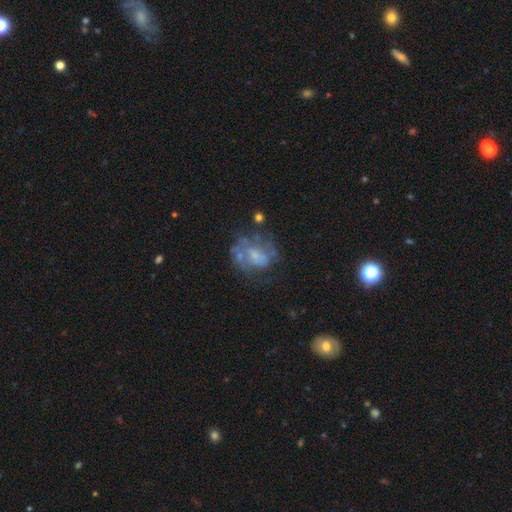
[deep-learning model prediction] This appears to be a featured or disk galaxy (59%) with no bar (67%), no spiral arms (64%) and a small central bulge (36%). Merging: none (40%).